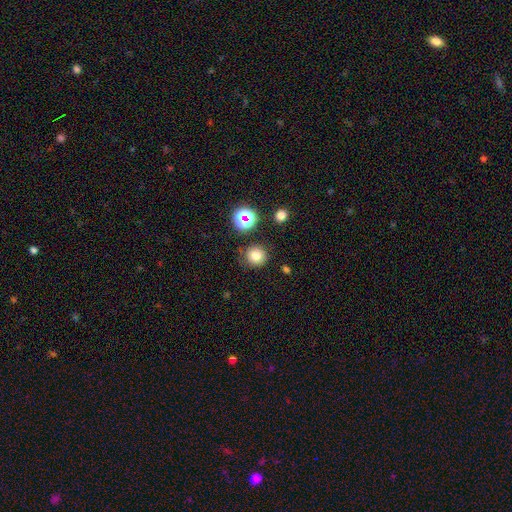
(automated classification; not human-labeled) This appears to be a smooth galaxy with no disk features (76%) that is round (91%). Merging: none (82%).